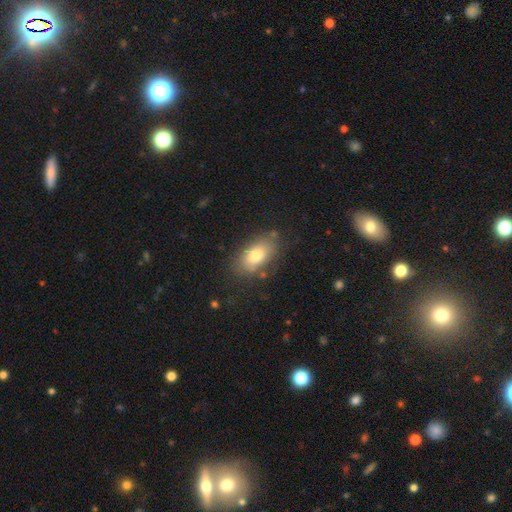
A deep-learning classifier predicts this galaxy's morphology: type=smooth (76%); roundness=in between (90%); merging=none (76%).